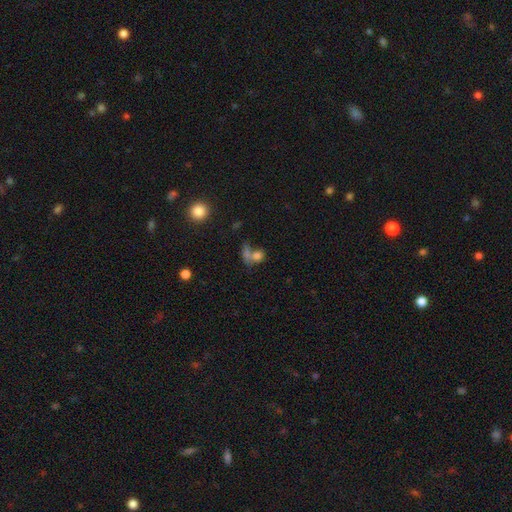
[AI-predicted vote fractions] The model was most divided on "how rounded": round: 50%, in between: 46%, cigar-shaped: 4%. More confident: smooth or featured — smooth (72%); merging — merger (51%).